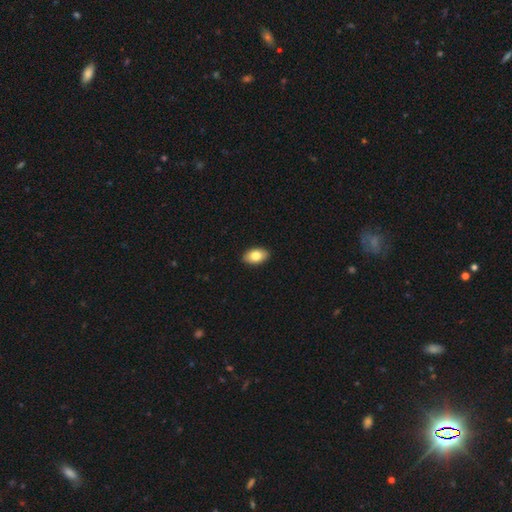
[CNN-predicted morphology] This is clearly a smooth galaxy (83%). How rounded: clearly in between (92%). Merging: clearly none (91%).